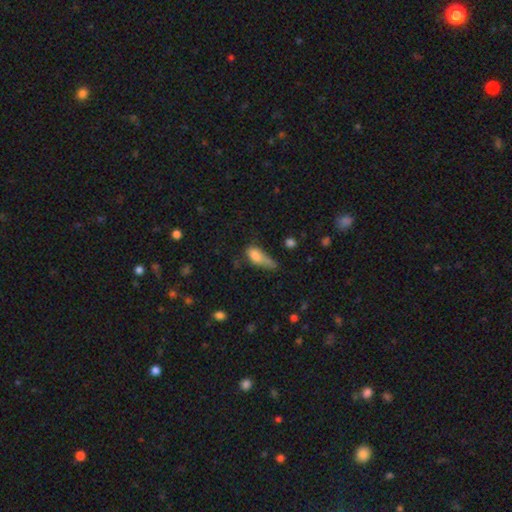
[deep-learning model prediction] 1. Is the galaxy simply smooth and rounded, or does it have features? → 72% smooth, 18% featured or disk, 10% star or artifact.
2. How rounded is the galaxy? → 71% in between, 22% cigar-shaped, 8% round.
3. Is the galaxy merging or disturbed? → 34% major disturbance, 31% minor disturbance, 22% none, 13% merger.